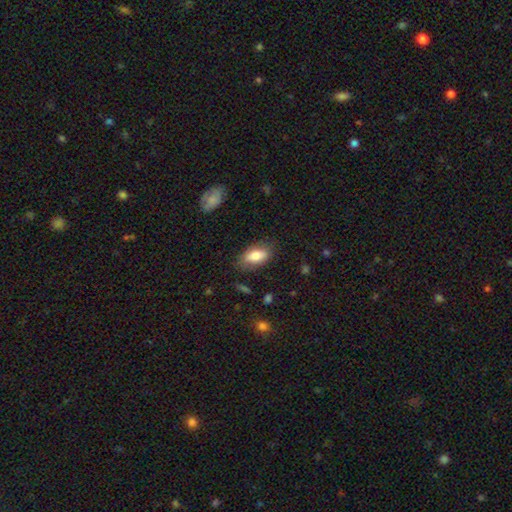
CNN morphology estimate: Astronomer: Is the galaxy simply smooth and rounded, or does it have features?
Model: smooth — 79%.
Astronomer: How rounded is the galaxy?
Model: in between — 90%.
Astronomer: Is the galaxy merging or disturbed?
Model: none — 77%.